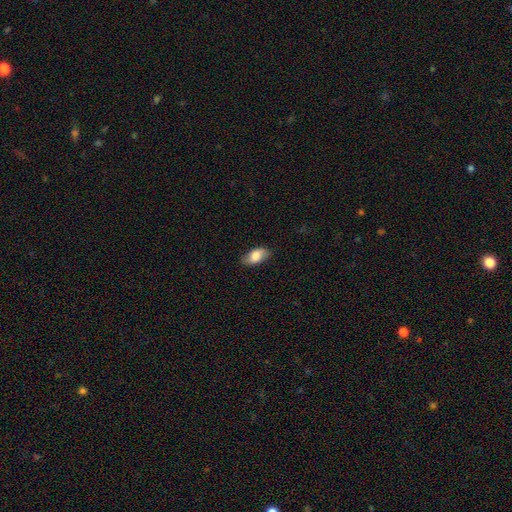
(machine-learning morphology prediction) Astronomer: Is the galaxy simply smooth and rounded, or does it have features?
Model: smooth — 76%.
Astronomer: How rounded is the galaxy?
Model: in between — 92%.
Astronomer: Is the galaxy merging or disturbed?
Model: none — 80%.